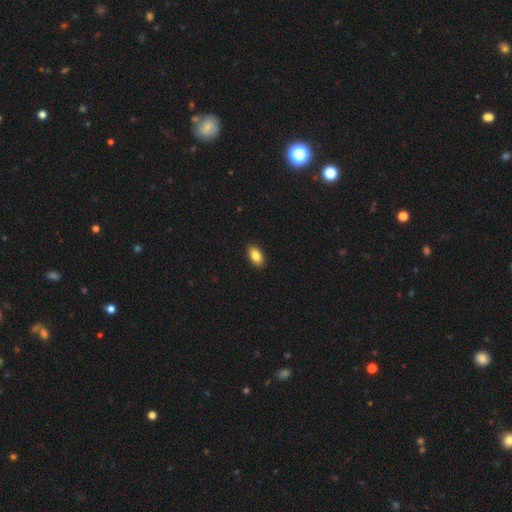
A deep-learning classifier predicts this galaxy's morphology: smooth 86%, star or artifact 7%, featured or disk 7%. Down the decision tree: how rounded — in between (93%); merging — none (91%).